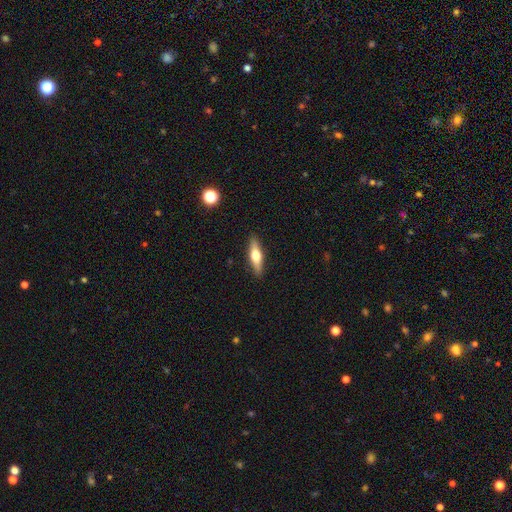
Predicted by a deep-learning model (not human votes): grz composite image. It shows a smooth galaxy with no disk features (49%). Merging: none (90%).